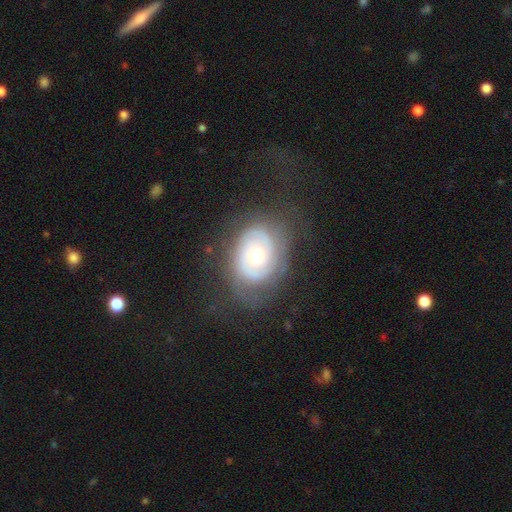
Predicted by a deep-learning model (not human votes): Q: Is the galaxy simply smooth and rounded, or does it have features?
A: featured or disk — 76%.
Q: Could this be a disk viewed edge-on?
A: no — 96%.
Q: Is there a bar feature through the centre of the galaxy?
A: no — 81%.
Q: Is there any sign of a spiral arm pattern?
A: yes — 81%.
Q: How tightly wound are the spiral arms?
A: tight — 66%.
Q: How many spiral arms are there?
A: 2 — 48%.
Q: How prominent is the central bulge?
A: moderate — 73%.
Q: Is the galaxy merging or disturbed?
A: none — 67%.